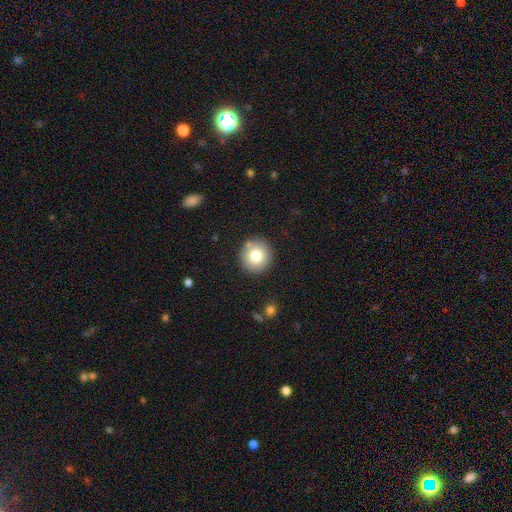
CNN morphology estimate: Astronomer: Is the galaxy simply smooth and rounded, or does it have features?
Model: smooth — 78%.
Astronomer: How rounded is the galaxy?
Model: round — 93%.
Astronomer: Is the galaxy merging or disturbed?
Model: none — 86%.